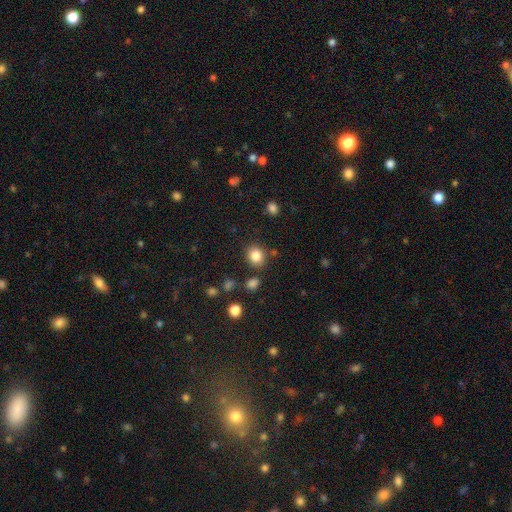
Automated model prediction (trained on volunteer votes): This is clearly a smooth galaxy (84%). How rounded: likely round (69%). Merging: clearly none (82%).